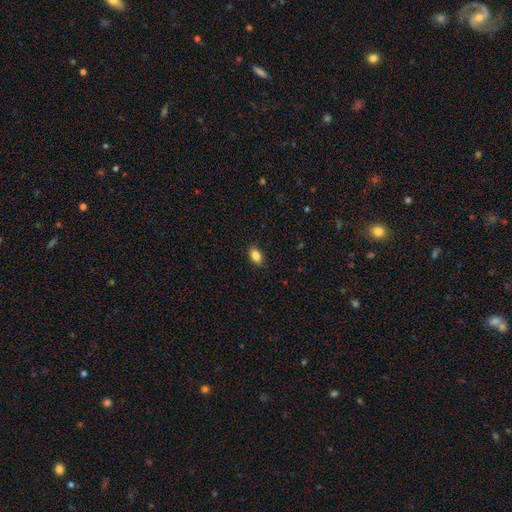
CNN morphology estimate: Smooth or featured? Predicted: smooth (p=0.85). How rounded? Predicted: in between (p=0.87). Merging? Predicted: none (p=0.87).